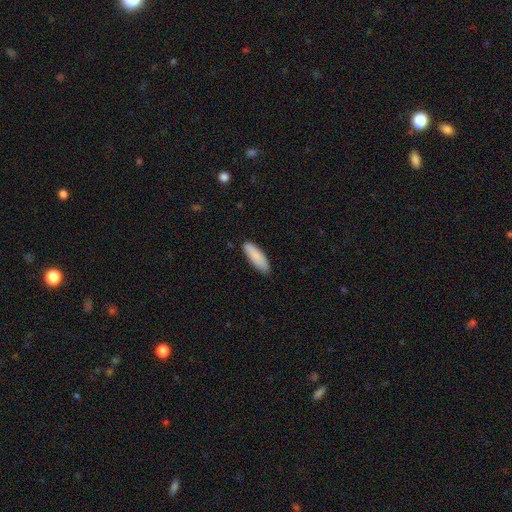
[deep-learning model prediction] smooth-or-featured: smooth: 88% | featured or disk: 6% | star or artifact: 6%
  how-rounded: in between: 49% (tied) | cigar-shaped: 49% (tied) | round: 1%
  merging: none: 83% | minor disturbance: 14% | major disturbance: 2% | merger: 1%